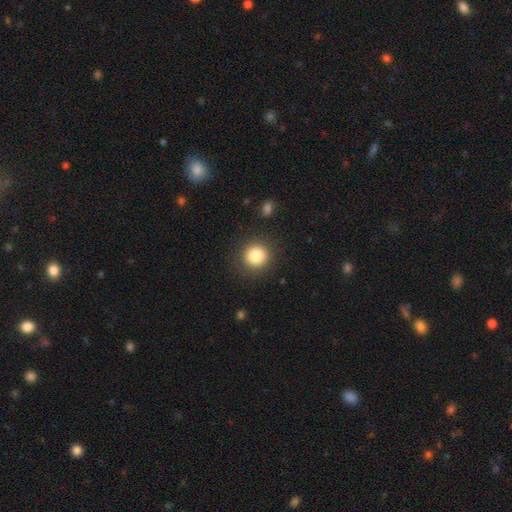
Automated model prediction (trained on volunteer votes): Smooth or featured? smooth (82%)
How rounded? round (92%)
Merging? none (87%)